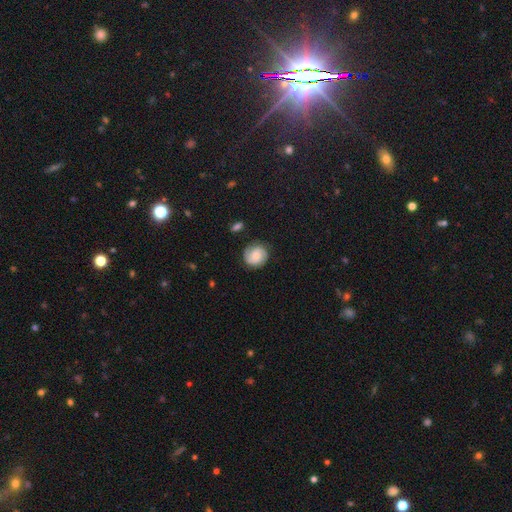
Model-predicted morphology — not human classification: featured or disk 60%, smooth 33%, star or artifact 8%. Down the decision tree: edge-on disk — no (98%); bar — no (66%); spiral arms — yes (92%); spiral arm count — 2 (75%); spiral winding — tight (55%); bulge size — small (44%, tied with moderate); merging — none (80%).